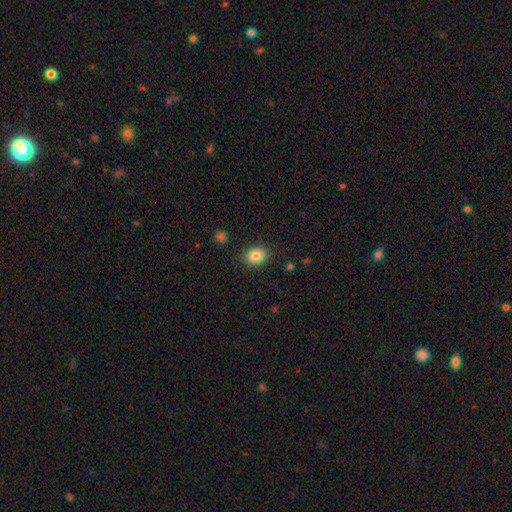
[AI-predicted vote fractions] smooth_or_featured: smooth (p=0.85) [alt: star or artifact p=0.09]
how_rounded: round (p=0.54) [alt: in between p=0.46]
merging: none (p=0.87) [alt: minor disturbance p=0.09]